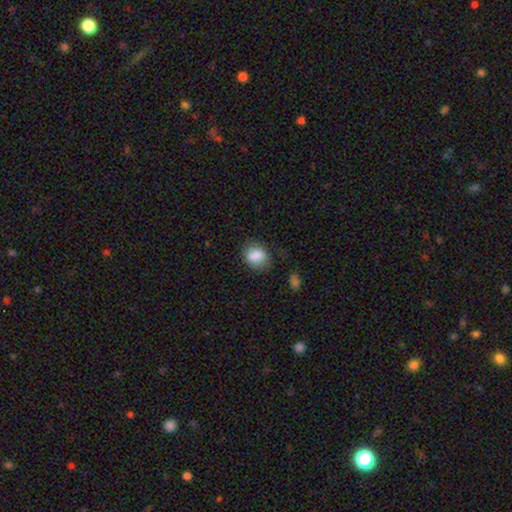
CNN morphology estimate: The model was most divided on "how rounded": in between: 55%, round: 43%, cigar-shaped: 1%. More confident: smooth or featured — smooth (85%); merging — none (69%).